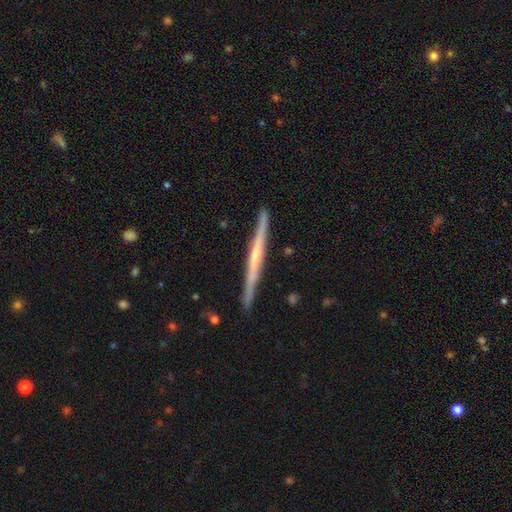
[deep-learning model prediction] Smooth or featured? featured or disk (70%)
Edge-on disk? yes (98%)
Edge-on bulge? none (54%)
Merging? none (89%)